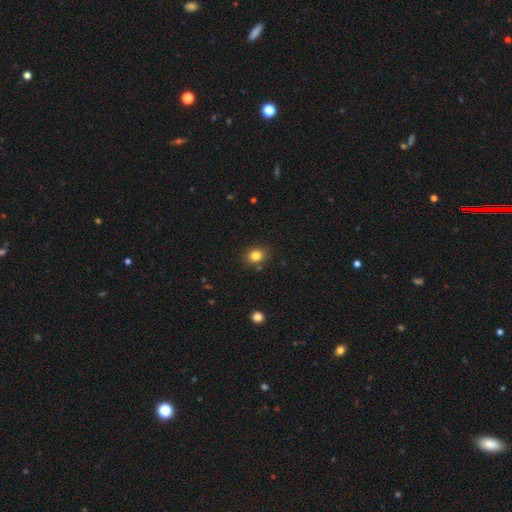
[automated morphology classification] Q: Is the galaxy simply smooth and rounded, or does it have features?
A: smooth — 83%.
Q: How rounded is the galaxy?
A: round — 61%.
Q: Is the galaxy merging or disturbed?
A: none — 82%.